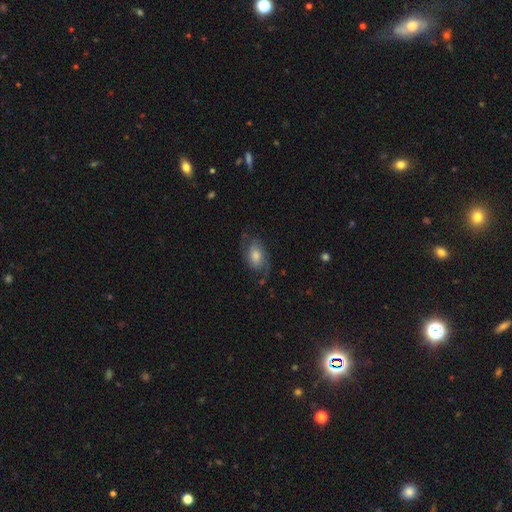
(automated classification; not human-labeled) Morphology: type=featured or disk (60%); edge-on=no (96%); bar=no (63%); spiral arms=yes (89%); winding=medium (44%); arm count=2 (86%); bulge=moderate (43%); merging=none (65%).